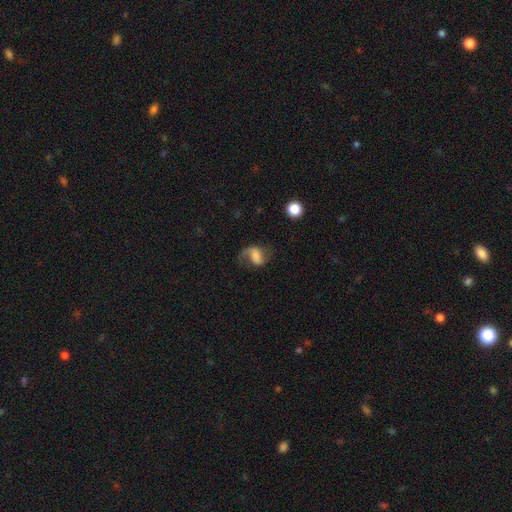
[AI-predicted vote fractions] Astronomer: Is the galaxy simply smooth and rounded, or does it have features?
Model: featured or disk — 58%.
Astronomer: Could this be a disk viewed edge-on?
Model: no — 97%.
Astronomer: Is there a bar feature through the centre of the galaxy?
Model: weak — 39% (runner-up: no, 38%).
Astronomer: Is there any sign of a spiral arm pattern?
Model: yes — 90%.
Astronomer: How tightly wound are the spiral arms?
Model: loose — 64%.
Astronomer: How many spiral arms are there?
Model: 2 — 66%.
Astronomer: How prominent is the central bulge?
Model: none — 36% (runner-up: small, 20%).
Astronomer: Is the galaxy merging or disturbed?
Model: none — 49% (runner-up: major disturbance, 27%).